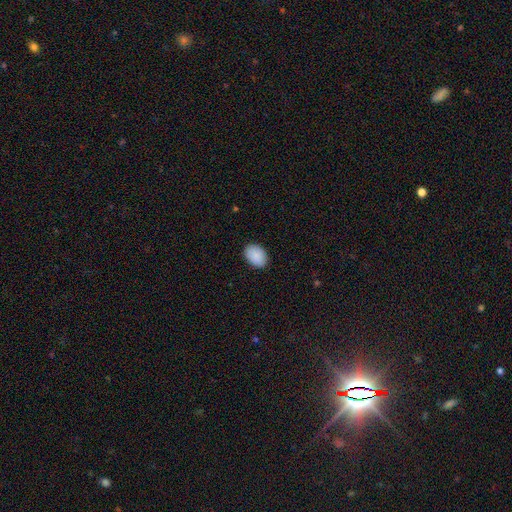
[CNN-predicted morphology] Smooth or featured: smooth — 90% (star or artifact — 7%)
How rounded: in between — 80% (round — 19%)
Merging: none — 88% (minor disturbance — 9%)